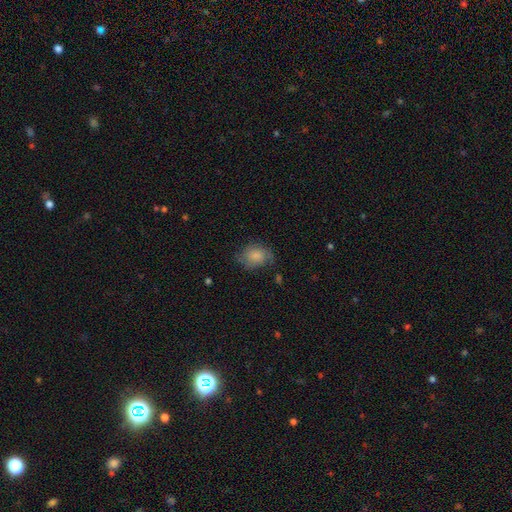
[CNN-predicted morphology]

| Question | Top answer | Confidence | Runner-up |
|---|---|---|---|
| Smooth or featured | smooth | 71% | featured or disk (20%) |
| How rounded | in between | 60% | round (39%) |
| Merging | none | 56% | minor disturbance (30%) |